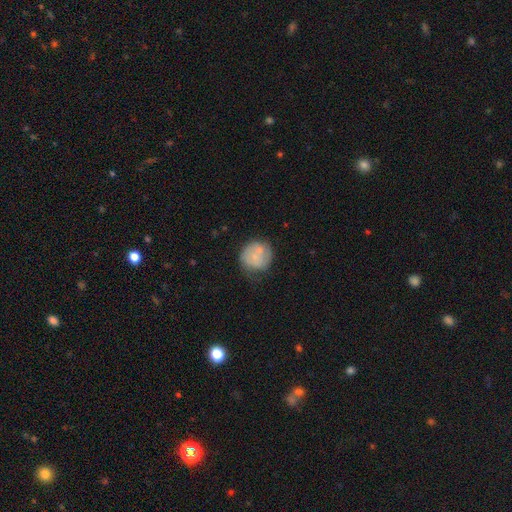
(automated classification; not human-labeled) A smooth galaxy with no disk features (59%) that is round (88%).

Vote fractions:
- Smooth or featured? smooth: 59% / featured or disk: 34% / star or artifact: 7%
- How rounded? round: 88% / in between: 11% / cigar-shaped: 1%
- Merging? none: 51% / minor disturbance: 28% / major disturbance: 11% / merger: 10%